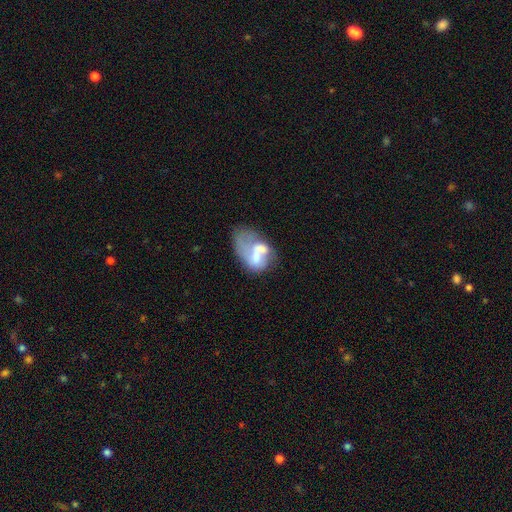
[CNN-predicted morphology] A featured or disk galaxy (48%).

Vote fractions:
- Smooth or featured? featured or disk: 48% / smooth: 43% / star or artifact: 9%
- Merging? major disturbance: 37% / merger: 29% / none: 18% / minor disturbance: 16%